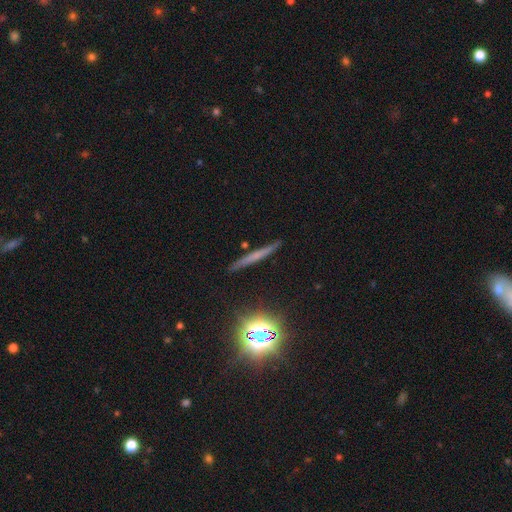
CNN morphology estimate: This appears to be a featured or disk galaxy (42%). Merging: none (88%).